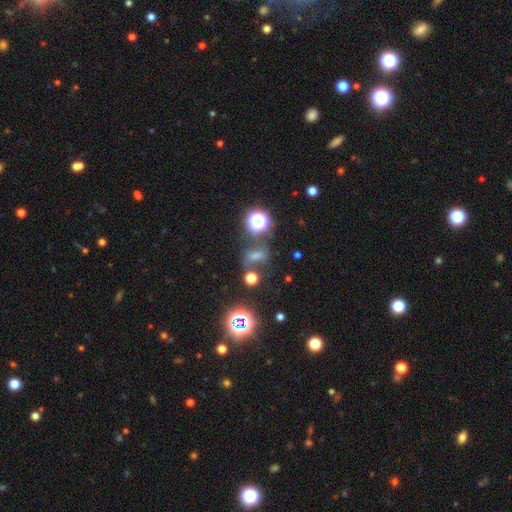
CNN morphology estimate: smooth 50%, star or artifact 32%, featured or disk 18%. Down the decision tree: merging — none (55%).